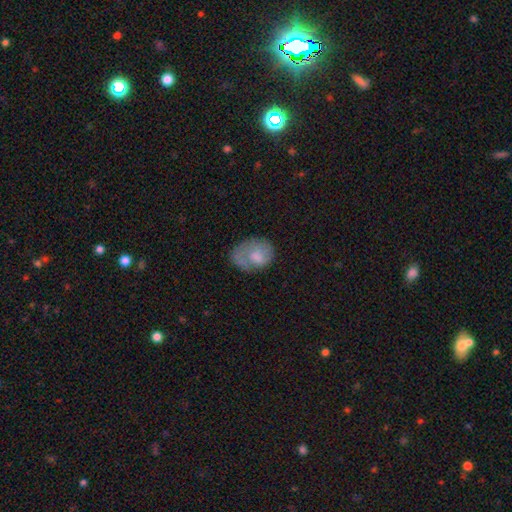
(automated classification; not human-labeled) The model was most divided on "merging": none: 40%, major disturbance: 28%, minor disturbance: 28%, merger: 4%. More confident: how rounded — in between (66%); smooth or featured — smooth (61%).